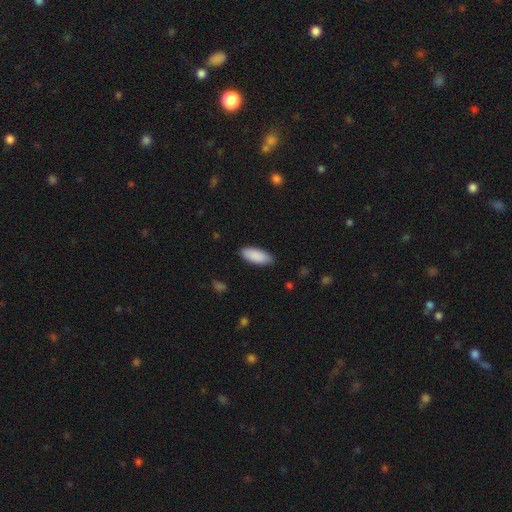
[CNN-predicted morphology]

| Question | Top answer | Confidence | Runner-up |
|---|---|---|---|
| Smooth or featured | smooth | 91% | star or artifact (6%) |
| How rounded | in between | 84% | cigar-shaped (15%) |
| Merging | none | 87% | minor disturbance (10%) |